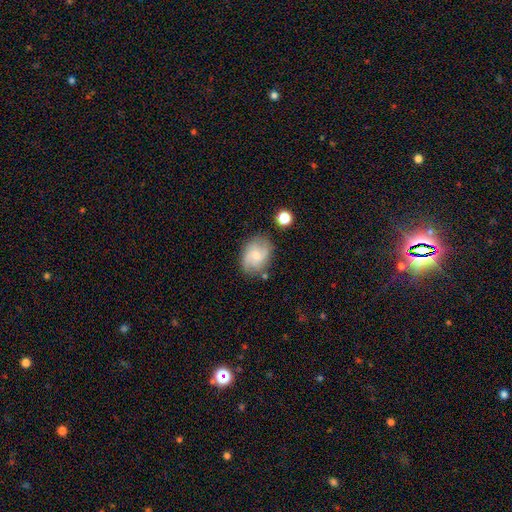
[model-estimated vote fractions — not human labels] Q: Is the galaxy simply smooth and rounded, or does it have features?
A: featured or disk — 57%.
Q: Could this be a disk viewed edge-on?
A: no — 97%.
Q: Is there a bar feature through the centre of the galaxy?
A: no — 59%.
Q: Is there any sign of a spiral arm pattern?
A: yes — 90%.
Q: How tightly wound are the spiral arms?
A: medium — 45%.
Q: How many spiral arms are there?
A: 2 — 53%.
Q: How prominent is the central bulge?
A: small — 55%.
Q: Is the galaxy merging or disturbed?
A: none — 72%.